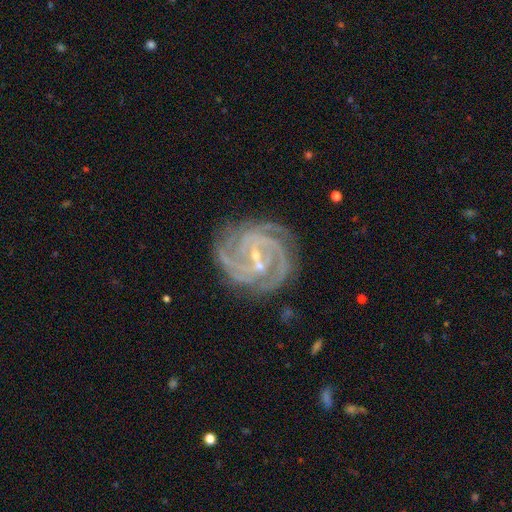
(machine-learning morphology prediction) type=featured or disk (91%); edge-on=no (98%); bar=weak (44%); spiral arms=yes (98%); winding=tight (70%); arm count=3 (34%); bulge=small (77%); merging=none (75%).